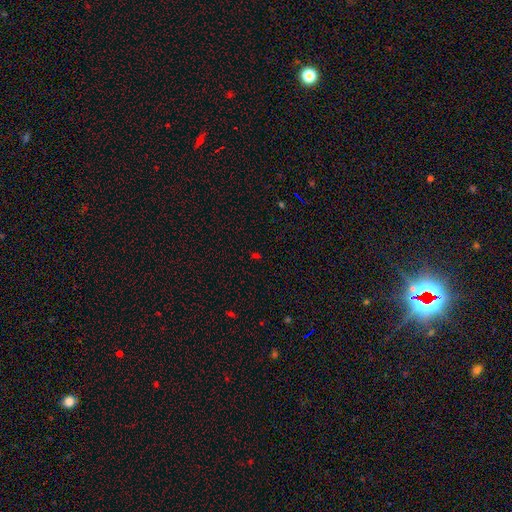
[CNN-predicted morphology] Smooth or featured? Predicted: star or artifact (p=0.58).